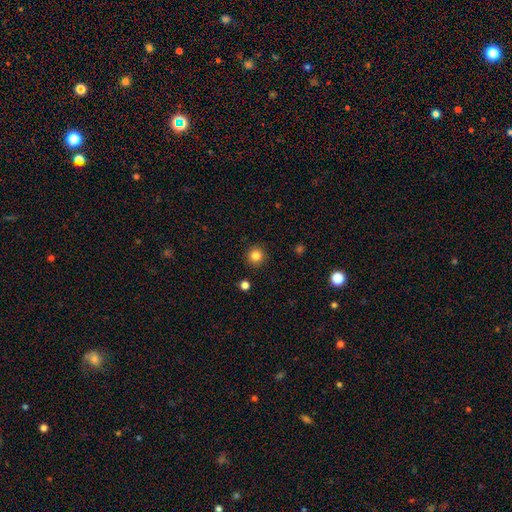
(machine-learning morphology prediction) smooth 83%, star or artifact 12%, featured or disk 5%. Down the decision tree: how rounded — round (94%); merging — none (92%).